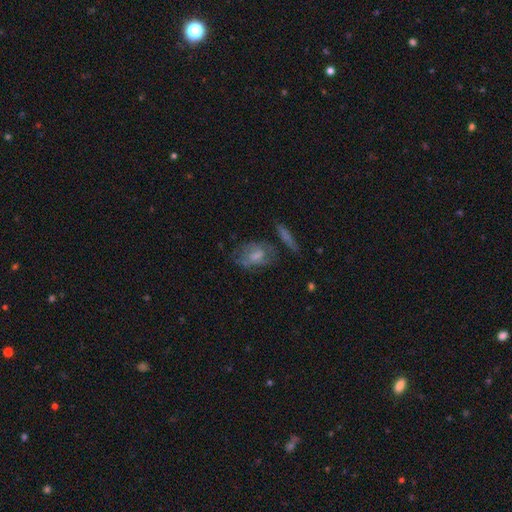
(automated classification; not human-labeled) Overall: featured or disk (47%; smooth 43%). Merging: none (50%; minor disturbance 23%).